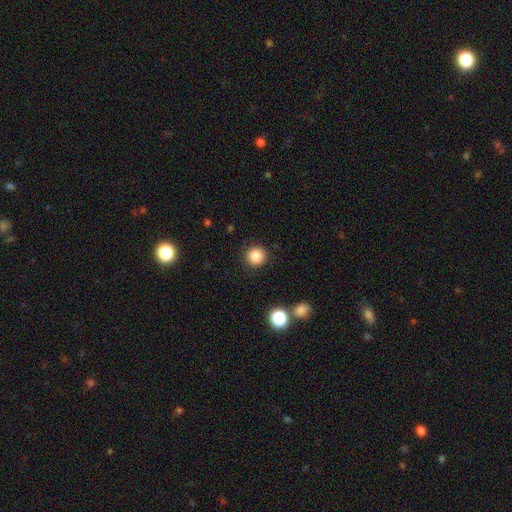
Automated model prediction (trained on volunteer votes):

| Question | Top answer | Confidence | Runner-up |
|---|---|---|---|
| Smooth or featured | smooth | 85% | star or artifact (11%) |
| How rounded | round | 93% | in between (6%) |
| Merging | none | 91% | minor disturbance (6%) |